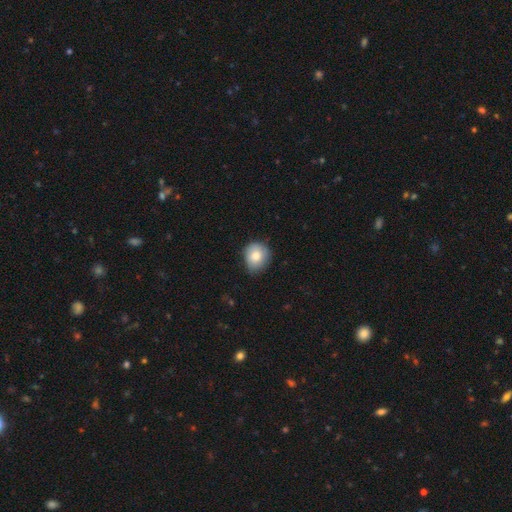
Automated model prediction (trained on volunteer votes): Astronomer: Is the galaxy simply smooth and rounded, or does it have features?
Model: smooth — 80%.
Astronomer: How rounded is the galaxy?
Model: round — 78%.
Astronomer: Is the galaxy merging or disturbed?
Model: none — 70%.